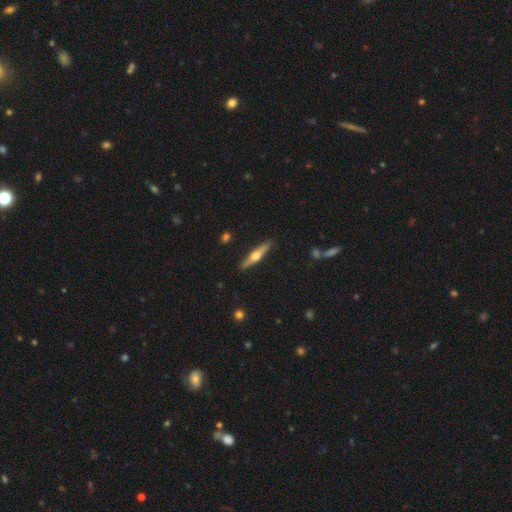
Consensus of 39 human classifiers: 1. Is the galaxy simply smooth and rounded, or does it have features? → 72% featured or disk, 26% smooth, 3% star or artifact.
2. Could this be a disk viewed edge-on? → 96% yes, 4% no.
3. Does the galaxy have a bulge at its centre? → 96% rounded, 4% none, 0% boxy.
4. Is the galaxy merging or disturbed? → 92% none, 5% minor disturbance, 3% major disturbance, 0% merger.